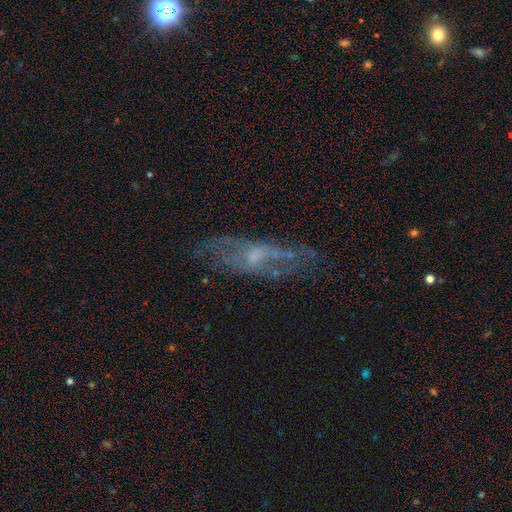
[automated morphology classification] This appears to be a featured or disk galaxy (62%). Merging: none (59%).